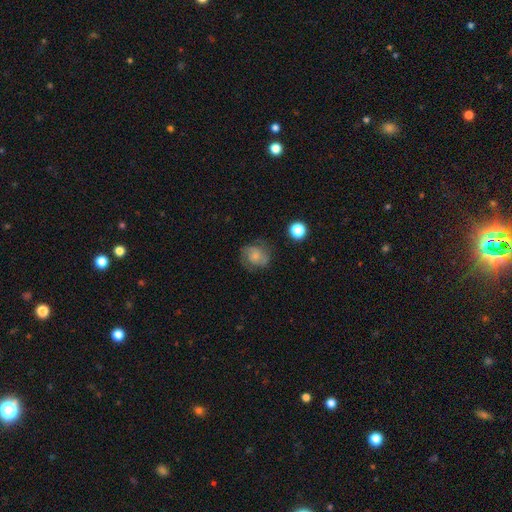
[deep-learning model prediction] Q: Smooth or featured?
A: smooth (54%); runner-up: featured or disk (35%)
Q: How rounded?
A: round (72%); runner-up: in between (27%)
Q: Merging?
A: none (65%); runner-up: minor disturbance (22%)